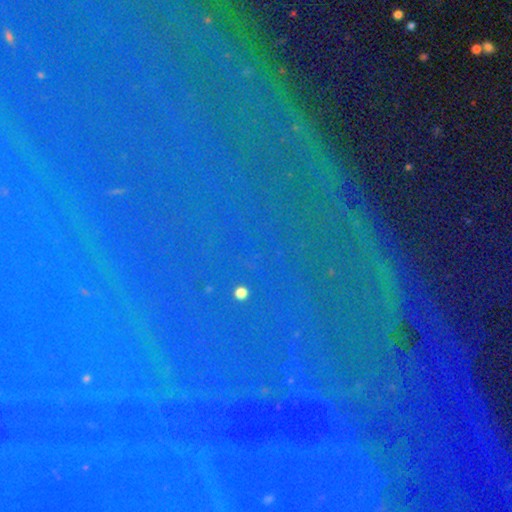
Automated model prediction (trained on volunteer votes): smooth_or_featured: star or artifact (p=0.83) [alt: smooth p=0.09]